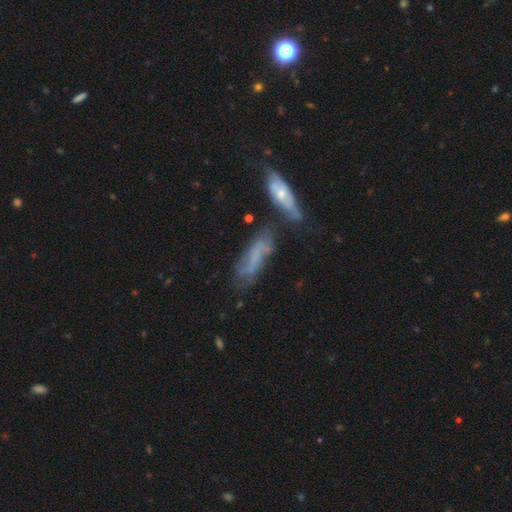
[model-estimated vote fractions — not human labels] Morphology: type=featured or disk (50%); edge-on=no (77%); merging=none (48%).